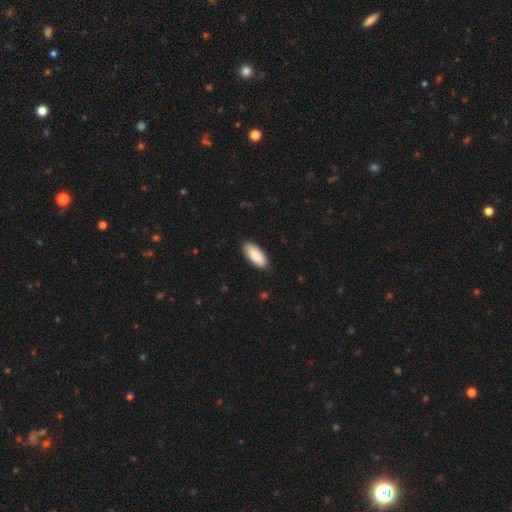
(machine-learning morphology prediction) smooth-or-featured: smooth: 87% | featured or disk: 8% | star or artifact: 5%
  how-rounded: in between: 85% | cigar-shaped: 13% | round: 2%
  merging: none: 87% | minor disturbance: 10% | major disturbance: 2% | merger: 1%